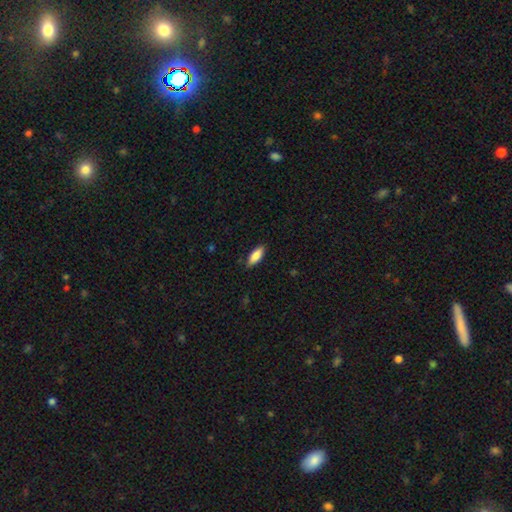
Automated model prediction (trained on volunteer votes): Overall: smooth (85%). How rounded: in between (73%). Merging: none (86%).